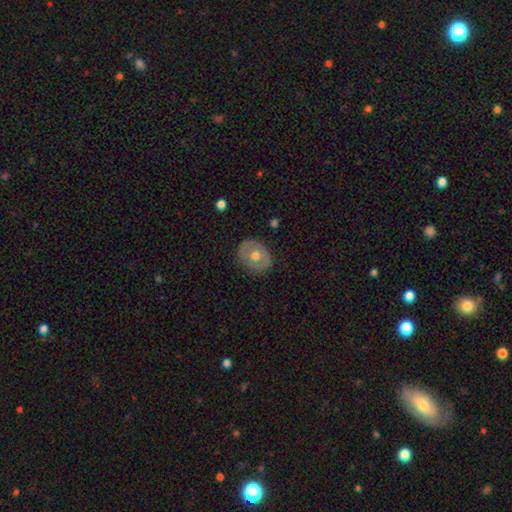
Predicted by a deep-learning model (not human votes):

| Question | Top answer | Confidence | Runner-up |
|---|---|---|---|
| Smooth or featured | smooth | 50% | featured or disk (43%) |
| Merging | none | 84% | minor disturbance (12%) |